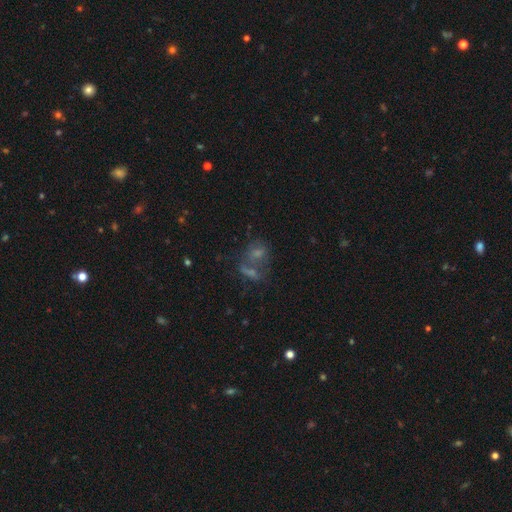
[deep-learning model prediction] The model was most divided on "merging": merger: 43%, none: 38%, minor disturbance: 10%, major disturbance: 8%. Remaining: smooth or featured — smooth (49%).